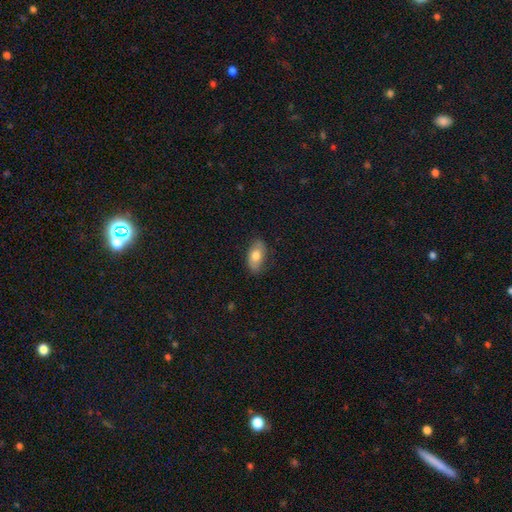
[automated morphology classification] Overall: smooth (74%). How rounded: in between (91%). Merging: none (81%).